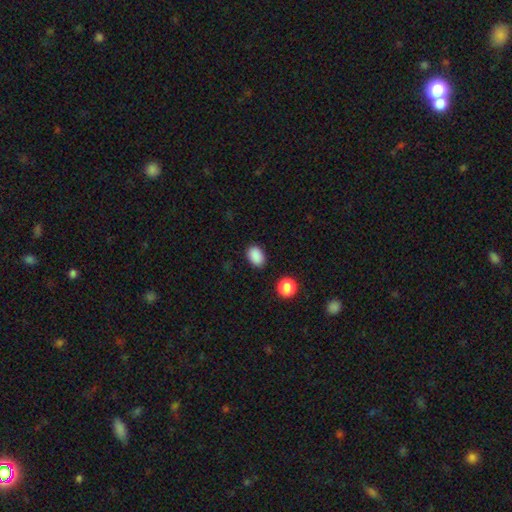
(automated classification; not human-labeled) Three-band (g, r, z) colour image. It shows a smooth galaxy with no disk features (88%) that is in between round and cigar-shaped (80%). Merging: none (87%).